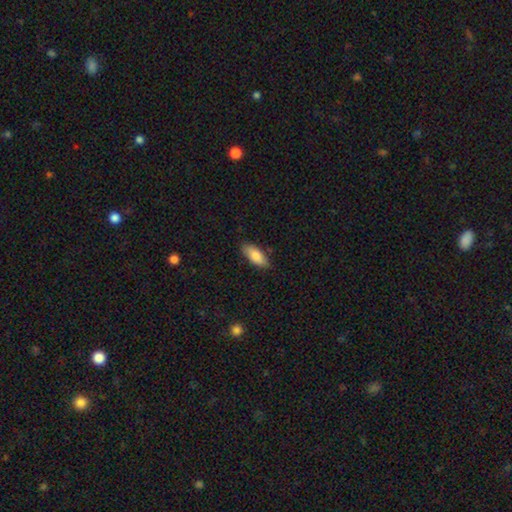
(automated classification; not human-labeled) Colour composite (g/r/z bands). It shows a smooth galaxy with no disk features (83%) that is in between round and cigar-shaped (81%). Merging: none (84%).